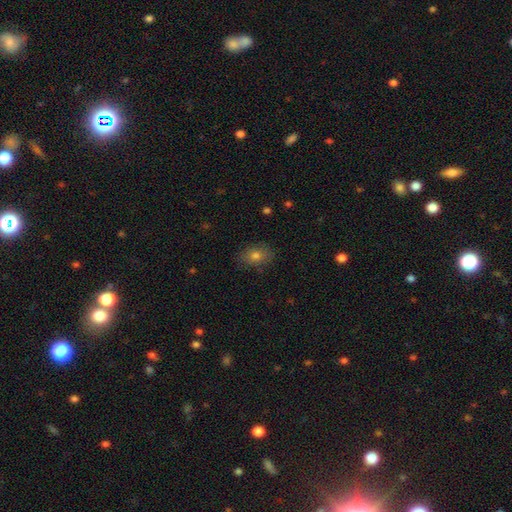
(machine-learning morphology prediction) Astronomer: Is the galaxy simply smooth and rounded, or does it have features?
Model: smooth — 76%.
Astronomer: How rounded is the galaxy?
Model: in between — 78%.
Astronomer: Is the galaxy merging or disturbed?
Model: none — 83%.